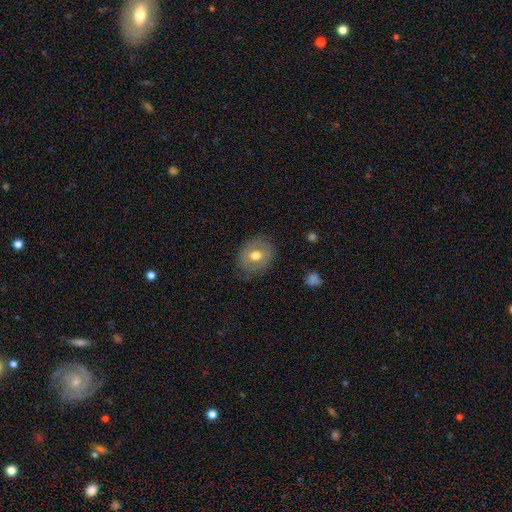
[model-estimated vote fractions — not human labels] Q: Smooth or featured?
A: smooth (62%); runner-up: featured or disk (29%)
Q: How rounded?
A: round (61%); runner-up: in between (38%)
Q: Merging?
A: none (79%); runner-up: minor disturbance (16%)